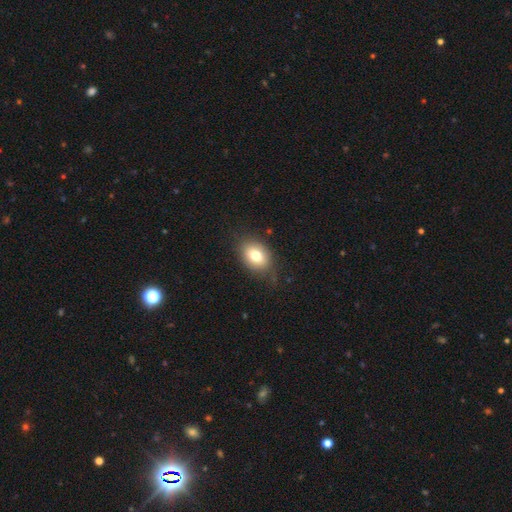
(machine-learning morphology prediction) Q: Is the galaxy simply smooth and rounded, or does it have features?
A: smooth — 76%.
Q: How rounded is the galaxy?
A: in between — 72%.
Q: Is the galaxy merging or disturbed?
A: none — 77%.